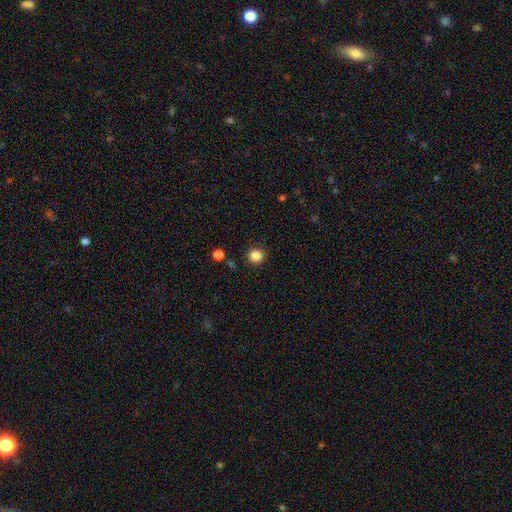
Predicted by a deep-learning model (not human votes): Morphology: type=smooth (85%); roundness=round (93%); merging=none (90%).